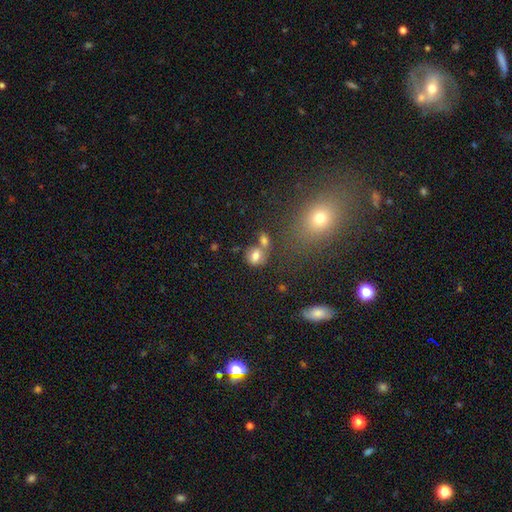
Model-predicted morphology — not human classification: The model was most divided on "merging": none: 45%, merger: 35%, minor disturbance: 14%, major disturbance: 6%. More confident: smooth or featured — smooth (75%); how rounded — round (55%).